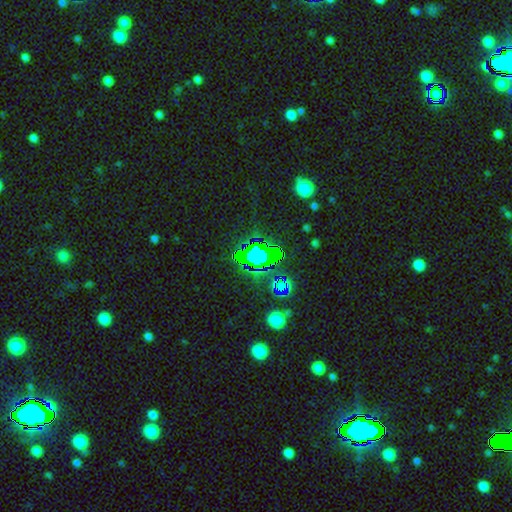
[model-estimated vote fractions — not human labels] Q: Smooth or featured?
A: star or artifact (73%); runner-up: smooth (16%)